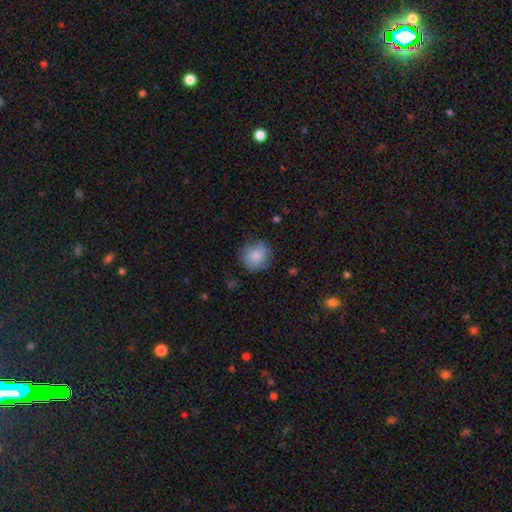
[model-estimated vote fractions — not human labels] smooth 73%, featured or disk 19%, star or artifact 8%. Down the decision tree: how rounded — round (87%); merging — none (70%).